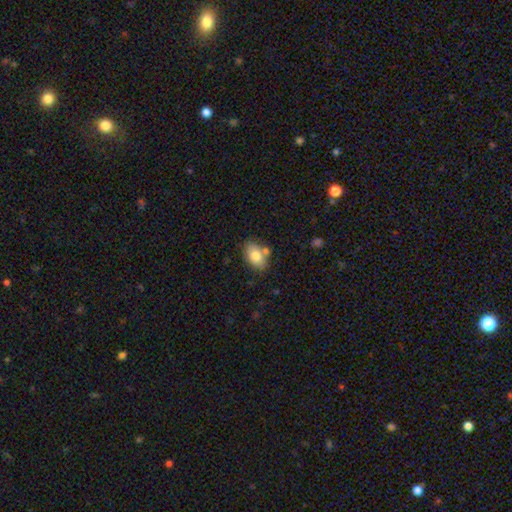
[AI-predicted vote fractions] A smooth galaxy with no disk features (79%) that is in between round and cigar-shaped (86%).

Vote fractions:
- Smooth or featured? smooth: 79% / featured or disk: 14% / star or artifact: 8%
- How rounded? in between: 86% / round: 12% / cigar-shaped: 1%
- Merging? none: 69% / minor disturbance: 15% / merger: 12% / major disturbance: 3%